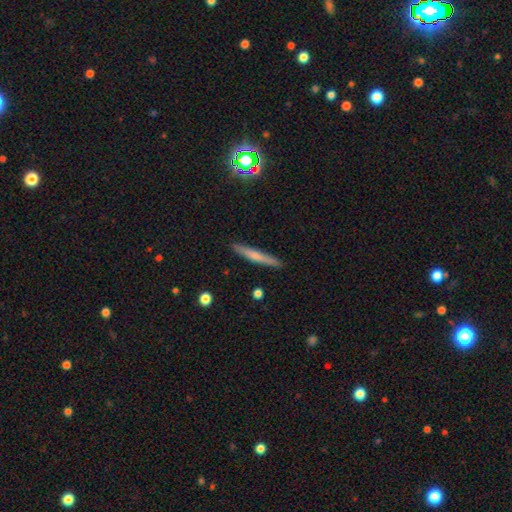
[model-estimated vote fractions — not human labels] smooth_or_featured: smooth (p=0.58) [alt: featured or disk p=0.35]
how_rounded: cigar-shaped (p=0.95) [alt: in between p=0.04]
merging: none (p=0.90) [alt: minor disturbance p=0.07]